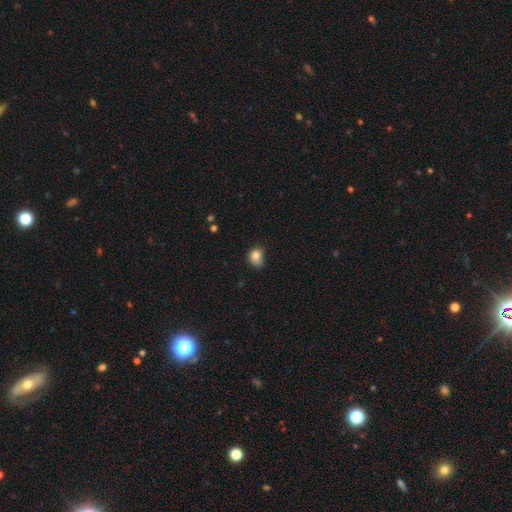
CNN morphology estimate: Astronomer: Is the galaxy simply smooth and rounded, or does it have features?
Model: smooth — 82%.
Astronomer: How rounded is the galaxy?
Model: round — 51% (runner-up: in between, 48%).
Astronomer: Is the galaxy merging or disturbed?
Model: none — 43% (runner-up: minor disturbance, 40%).